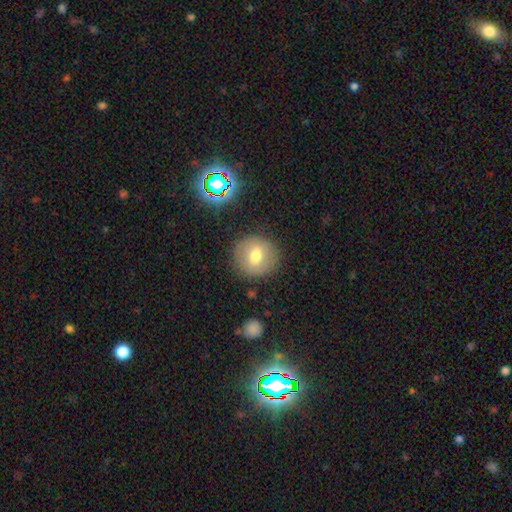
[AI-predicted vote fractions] Overall: smooth (64%; featured or disk 25%). How rounded: round (89%). Merging: none (86%).